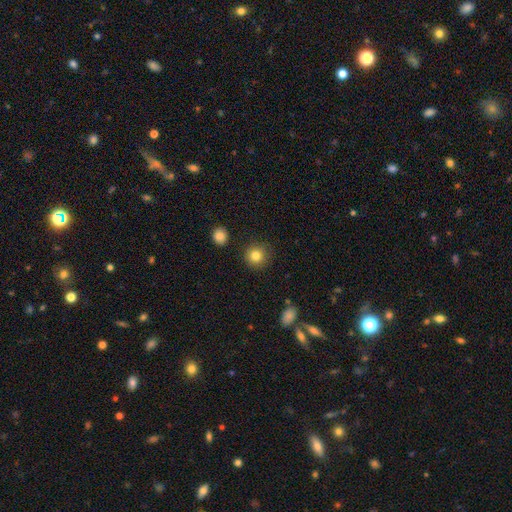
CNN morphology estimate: Smooth or featured?
  - smooth: 83% *
  - star or artifact: 11%
  - featured or disk: 6%
How rounded?
  - round: 93% *
  - in between: 6%
  - cigar-shaped: 1%
Merging?
  - none: 88% *
  - minor disturbance: 7%
  - major disturbance: 2%
  - merger: 2%